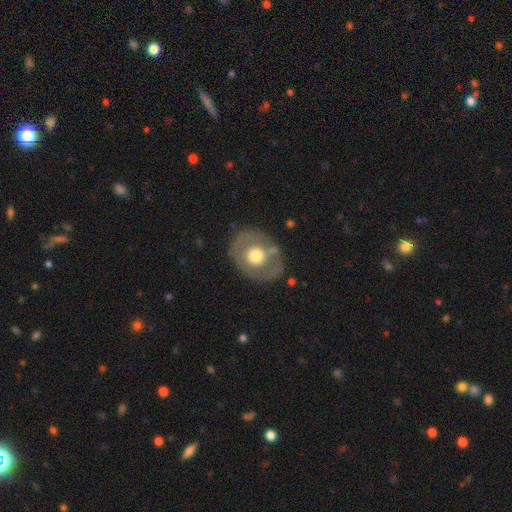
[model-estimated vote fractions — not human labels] A smooth galaxy with no disk features (47%).

Vote fractions:
- Smooth or featured? smooth: 47% / featured or disk: 46% / star or artifact: 6%
- Merging? none: 74% / minor disturbance: 15% / major disturbance: 7% / merger: 3%